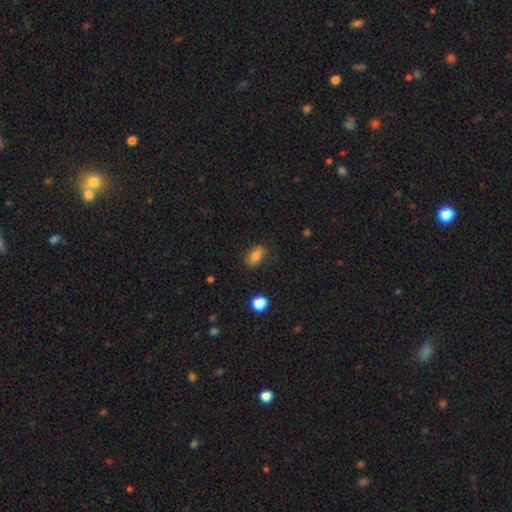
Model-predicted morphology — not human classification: Smooth or featured? smooth (79%)
How rounded? in between (85%)
Merging? none (79%)